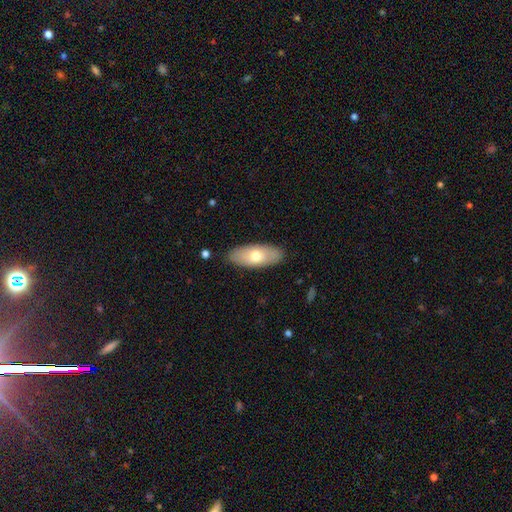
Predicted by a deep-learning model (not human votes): Morphology: type=smooth (66%); roundness=in between (85%); merging=none (87%).